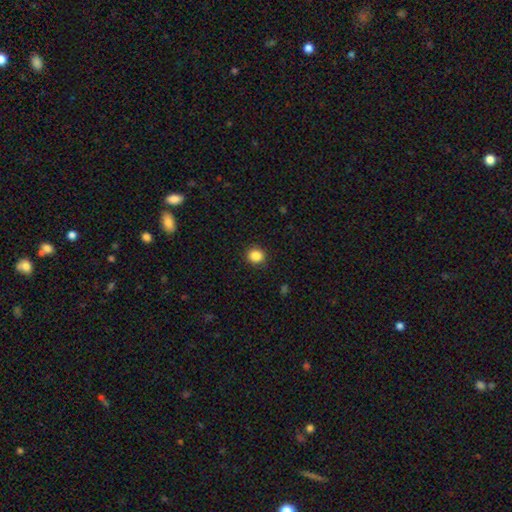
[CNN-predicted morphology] Q: Smooth or featured?
A: smooth (86%); runner-up: star or artifact (11%)
Q: How rounded?
A: round (85%); runner-up: in between (14%)
Q: Merging?
A: none (91%); runner-up: minor disturbance (6%)